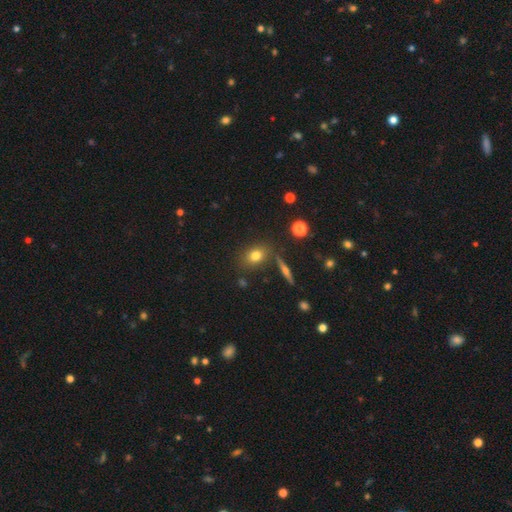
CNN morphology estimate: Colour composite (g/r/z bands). It shows a smooth galaxy with no disk features (75%) that is in between round and cigar-shaped (58%). Merging: none (78%).